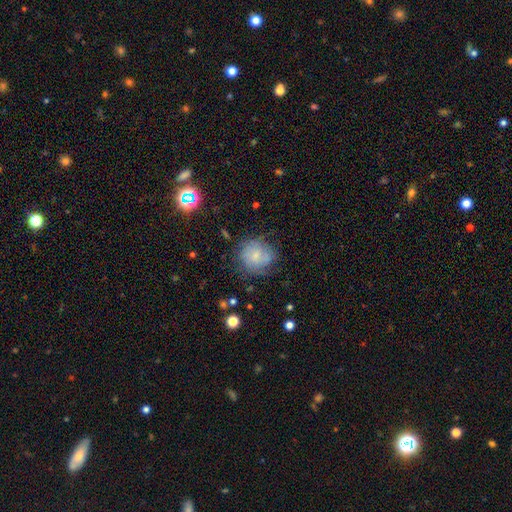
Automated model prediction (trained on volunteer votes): Morphology: type=smooth (52%); roundness=round (84%); merging=none (63%).